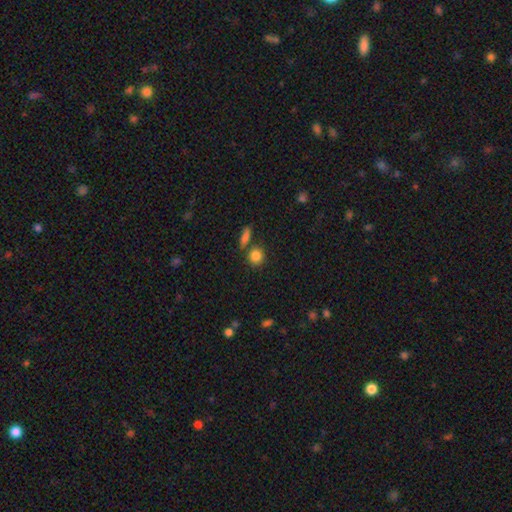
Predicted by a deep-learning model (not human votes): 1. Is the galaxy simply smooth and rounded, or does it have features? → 84% smooth, 9% star or artifact, 6% featured or disk.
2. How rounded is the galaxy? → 83% round, 15% in between, 2% cigar-shaped.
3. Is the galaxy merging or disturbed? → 71% none, 15% merger, 10% minor disturbance, 3% major disturbance.